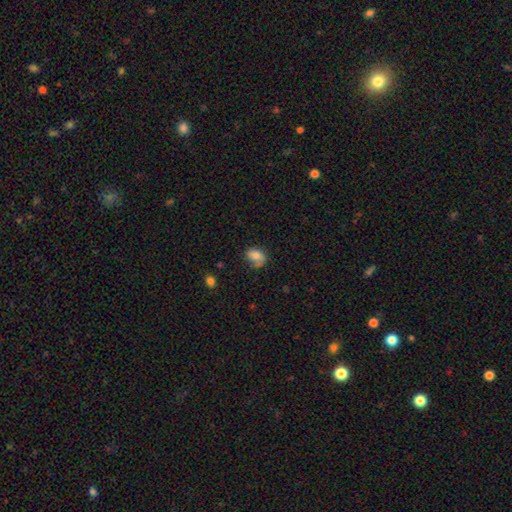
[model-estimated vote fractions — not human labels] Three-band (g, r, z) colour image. It shows a smooth galaxy with no disk features (70%) that is in between round and cigar-shaped (73%). Merging: none (52%).